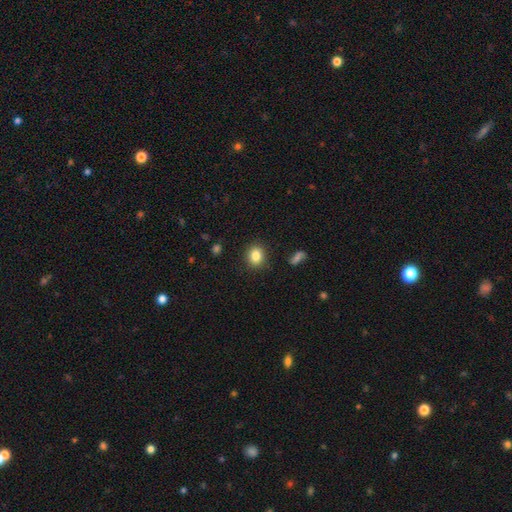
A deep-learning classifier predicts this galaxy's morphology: type=smooth (85%); roundness=round (60%); merging=none (89%).